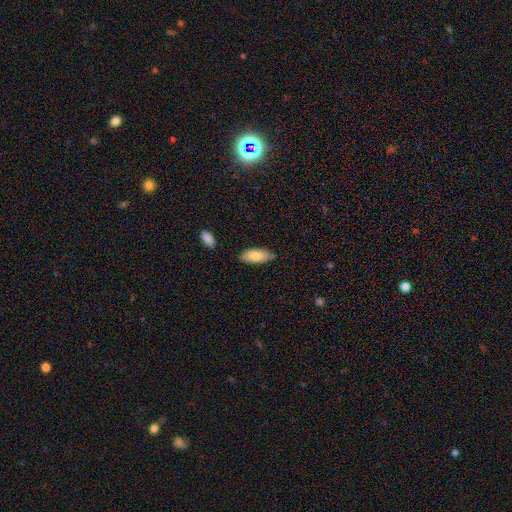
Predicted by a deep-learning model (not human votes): Overall: smooth (82%). How rounded: in between (83%). Merging: none (79%).